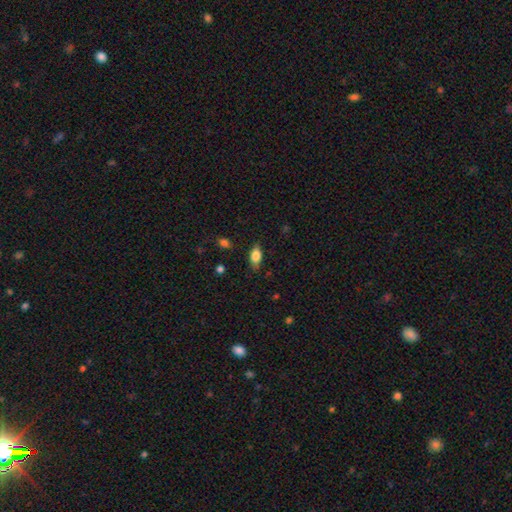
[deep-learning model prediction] This appears to be a smooth galaxy with no disk features (80%) that is in between round and cigar-shaped (87%). Merging: none (79%).